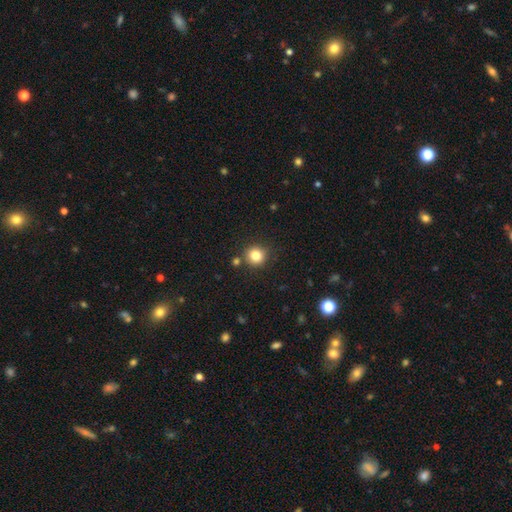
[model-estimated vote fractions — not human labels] Smooth or featured: smooth — 82% (star or artifact — 12%)
How rounded: round — 90% (in between — 9%)
Merging: none — 85% (minor disturbance — 8%)